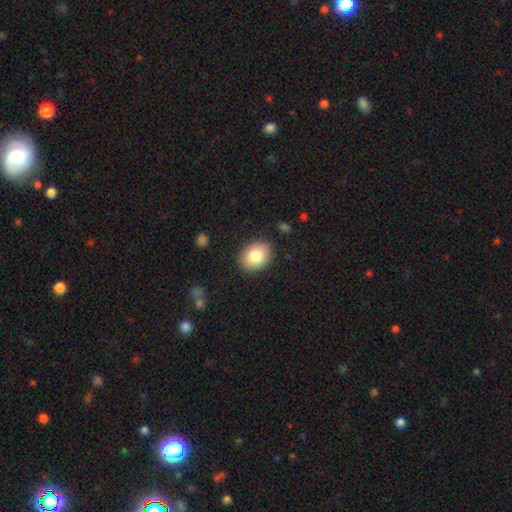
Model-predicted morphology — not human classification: The model was most divided on "how rounded": in between: 62%, round: 37%, cigar-shaped: 1%. More confident: merging — none (87%); smooth or featured — smooth (83%).